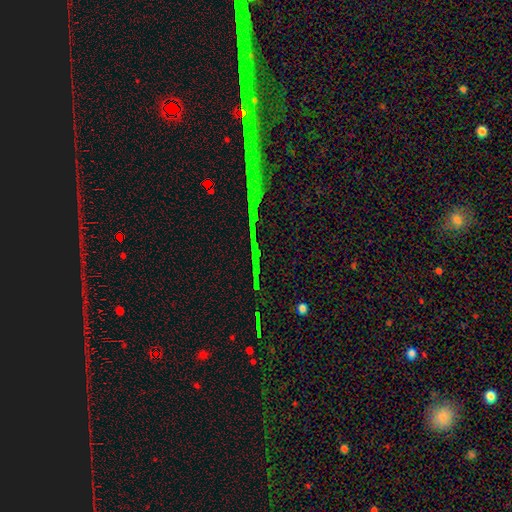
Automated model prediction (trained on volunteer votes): Morphology: type=star or artifact (79%).